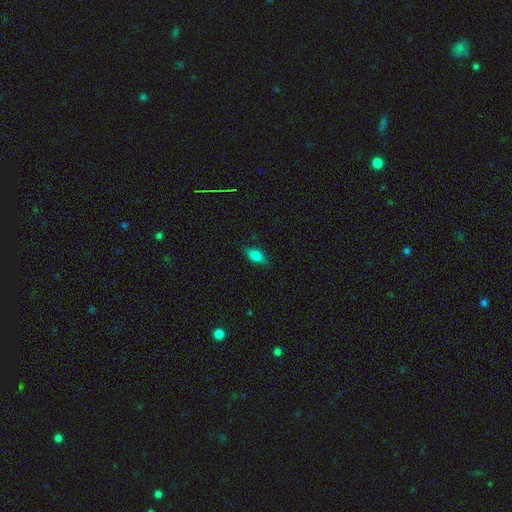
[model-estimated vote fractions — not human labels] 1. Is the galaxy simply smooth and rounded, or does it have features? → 77% smooth, 13% featured or disk, 10% star or artifact.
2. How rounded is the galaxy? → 85% in between, 10% cigar-shaped, 6% round.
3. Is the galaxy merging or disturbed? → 80% none, 16% minor disturbance, 3% major disturbance, 1% merger.